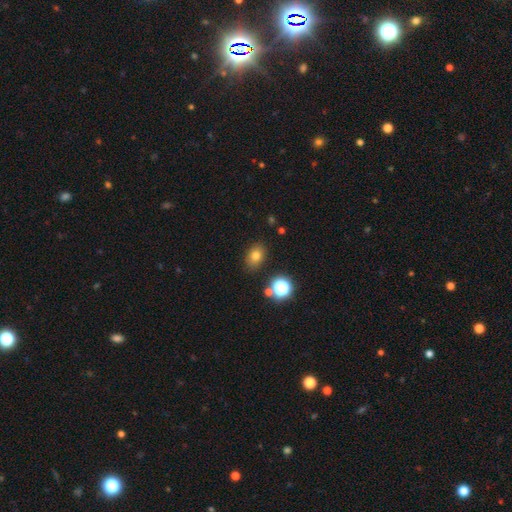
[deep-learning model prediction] Morphology: type=smooth (76%); roundness=in between (66%); merging=none (84%).